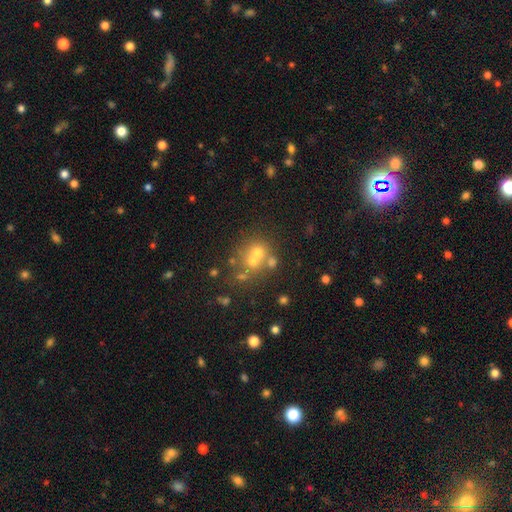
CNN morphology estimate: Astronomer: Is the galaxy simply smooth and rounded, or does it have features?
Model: smooth — 54%.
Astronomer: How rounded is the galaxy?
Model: round — 82%.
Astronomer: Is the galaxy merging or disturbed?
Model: none — 44% (runner-up: merger, 42%).